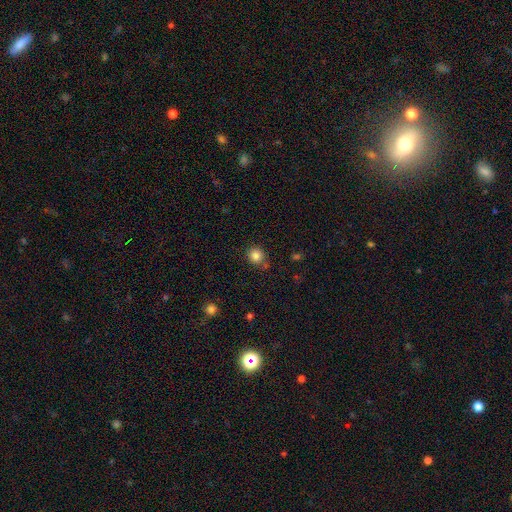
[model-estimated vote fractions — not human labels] This appears to be a smooth galaxy with no disk features (84%) that is round (88%). Merging: none (77%).